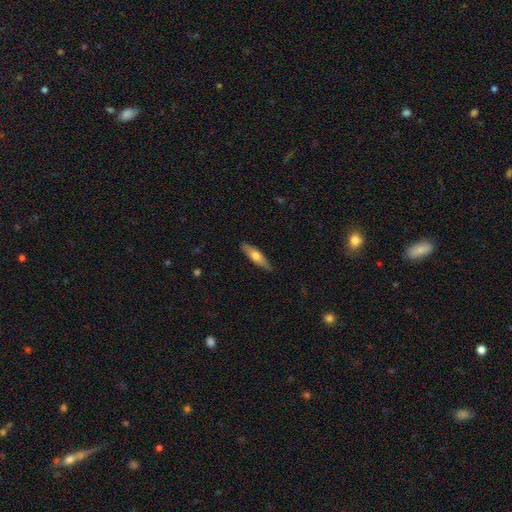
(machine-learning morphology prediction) This appears to be a smooth galaxy with no disk features (60%) that is cigar-shaped (66%). Merging: none (87%).